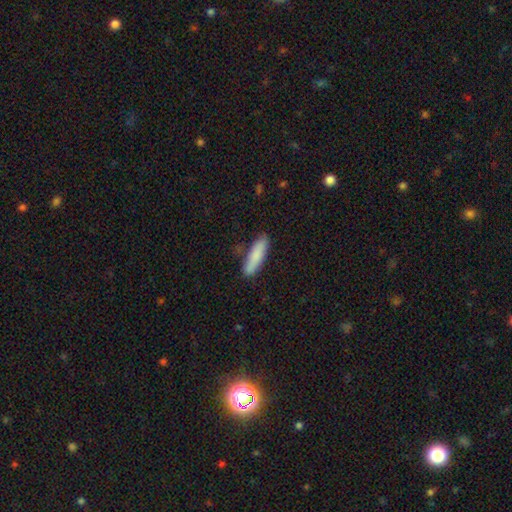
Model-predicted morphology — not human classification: Smooth or featured? smooth (84%)
How rounded? cigar-shaped (69%)
Merging? none (82%)